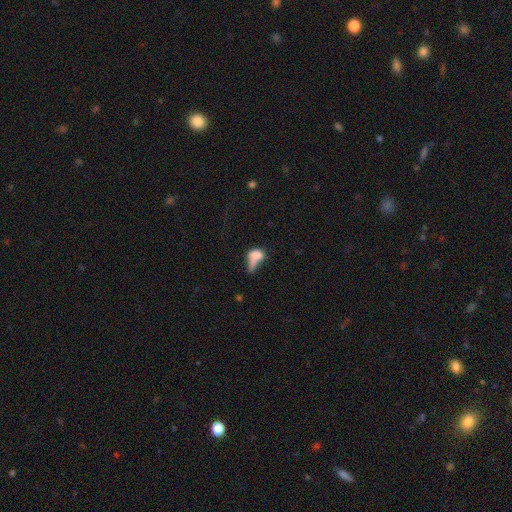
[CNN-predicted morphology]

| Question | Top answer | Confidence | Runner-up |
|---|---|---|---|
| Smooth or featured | smooth | 66% | featured or disk (22%) |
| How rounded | in between | 72% | round (21%) |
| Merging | merger | 34% | major disturbance (30%) |